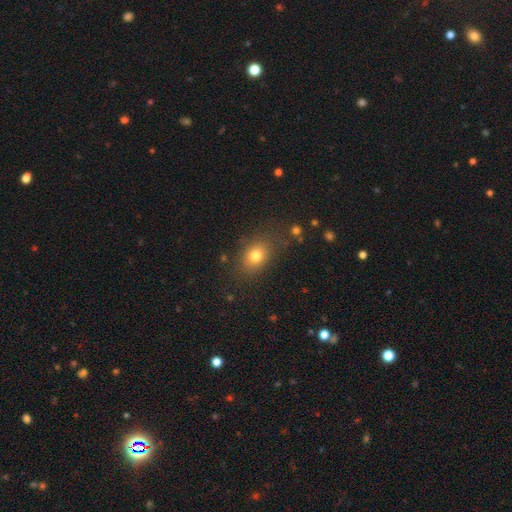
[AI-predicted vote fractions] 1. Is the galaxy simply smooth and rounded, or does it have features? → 77% smooth, 13% star or artifact, 11% featured or disk.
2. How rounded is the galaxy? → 64% in between, 34% round, 2% cigar-shaped.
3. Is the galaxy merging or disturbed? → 76% none, 15% minor disturbance, 6% major disturbance, 2% merger.